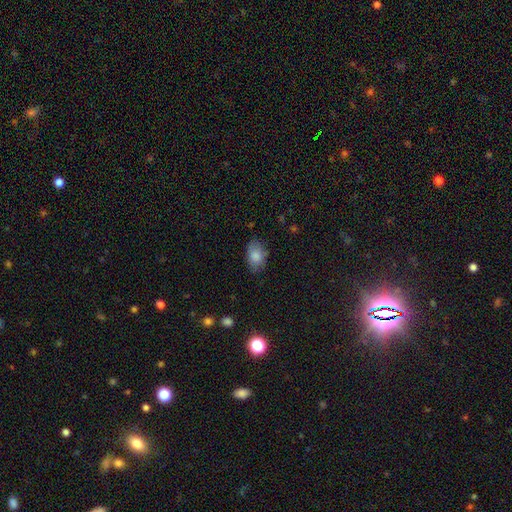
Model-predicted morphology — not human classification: This appears to be a smooth galaxy with no disk features (83%) that is in between round and cigar-shaped (89%). Merging: none (74%).